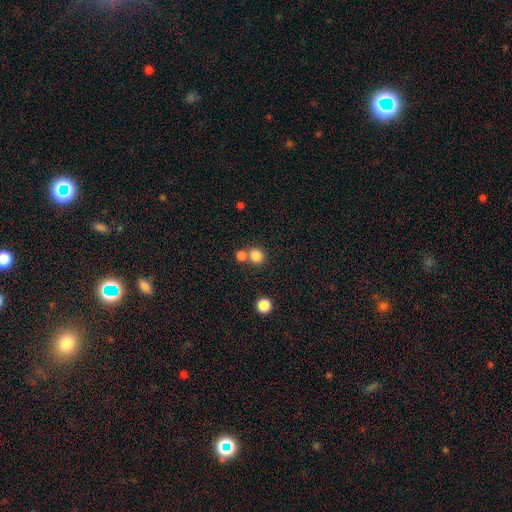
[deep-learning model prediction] A smooth galaxy with no disk features (82%) that is round (80%).

Vote fractions:
- Smooth or featured? smooth: 82% / star or artifact: 12% / featured or disk: 5%
- How rounded? round: 80% / in between: 19% / cigar-shaped: 1%
- Merging? none: 60% / merger: 30% / minor disturbance: 7% / major disturbance: 3%